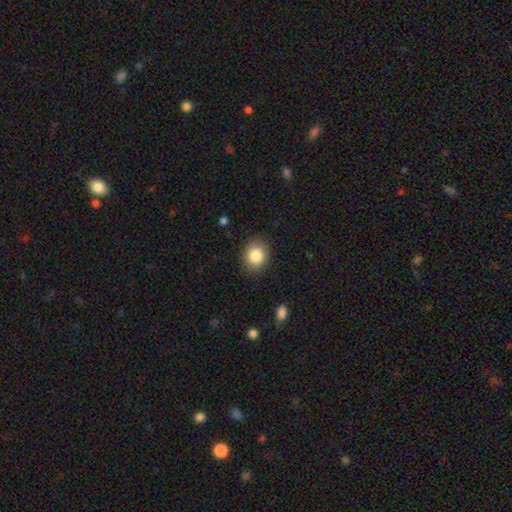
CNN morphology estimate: smooth 85%, star or artifact 8%, featured or disk 7%. Down the decision tree: how rounded — round (58%); merging — none (87%).